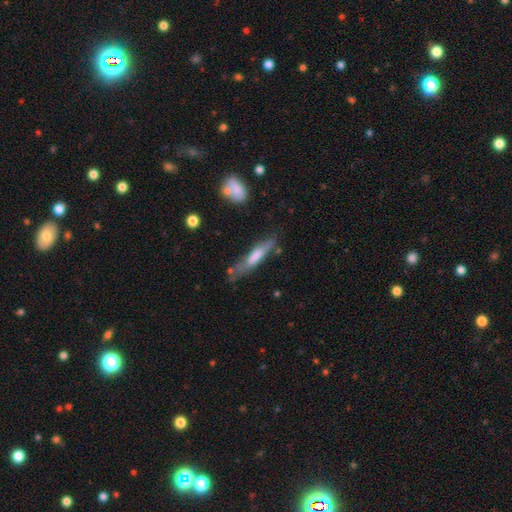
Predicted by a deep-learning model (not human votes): smooth-or-featured: smooth: 54% | featured or disk: 39% | star or artifact: 6%
  how-rounded: cigar-shaped: 85% | in between: 14% | round: 2%
  merging: none: 57% | minor disturbance: 26% | major disturbance: 10% | merger: 6%